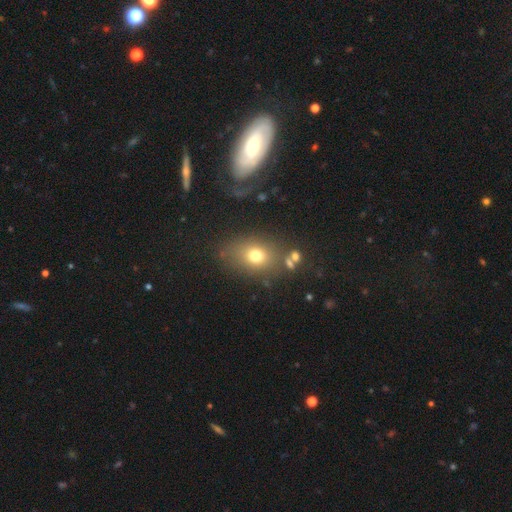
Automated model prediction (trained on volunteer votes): Morphology: type=smooth (71%); roundness=in between (58%); merging=none (74%).